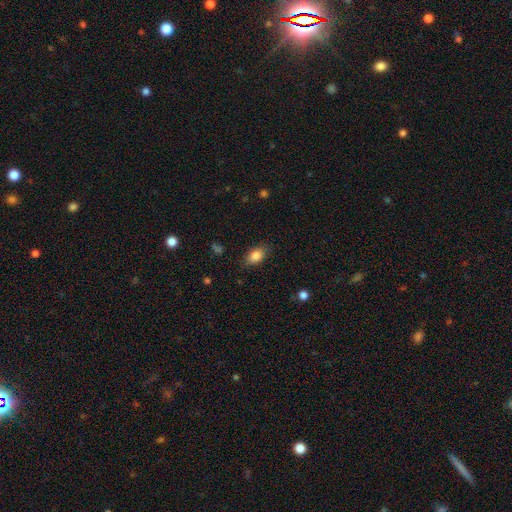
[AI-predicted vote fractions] This appears to be a smooth galaxy with no disk features (85%) that is in between round and cigar-shaped (86%). Merging: none (82%).